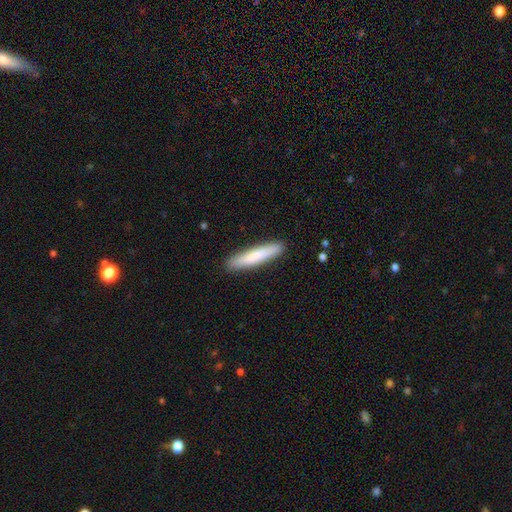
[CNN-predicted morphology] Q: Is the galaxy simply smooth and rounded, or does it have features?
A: smooth — 79%.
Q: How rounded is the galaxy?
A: cigar-shaped — 91%.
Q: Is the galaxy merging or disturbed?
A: none — 90%.